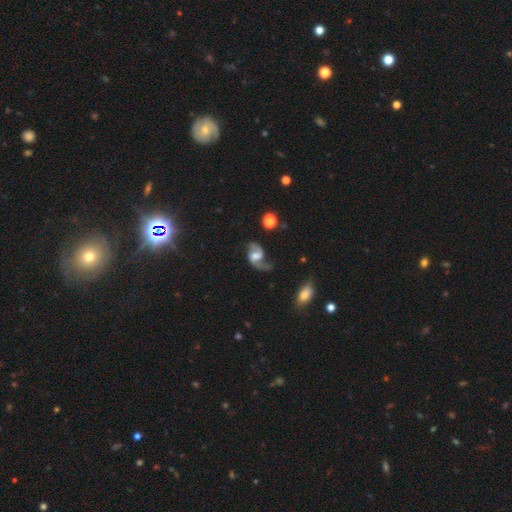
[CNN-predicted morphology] featured or disk 85%, smooth 8%, star or artifact 6%. Down the decision tree: edge-on disk — no (97%); bar — weak (47%); spiral arms — yes (96%); spiral arm count — 2 (87%); spiral winding — loose (60%); bulge size — moderate (45%); merging — none (60%).